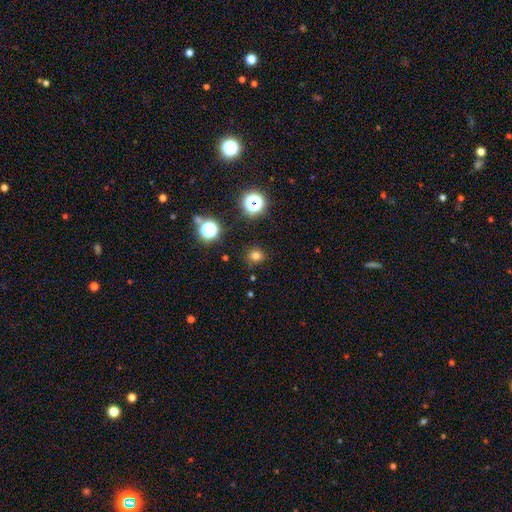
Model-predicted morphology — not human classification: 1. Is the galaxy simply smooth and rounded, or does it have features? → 74% smooth, 21% star or artifact, 6% featured or disk.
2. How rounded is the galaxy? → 84% round, 15% in between, 1% cigar-shaped.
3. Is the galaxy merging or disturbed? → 85% none, 10% minor disturbance, 3% major disturbance, 2% merger.